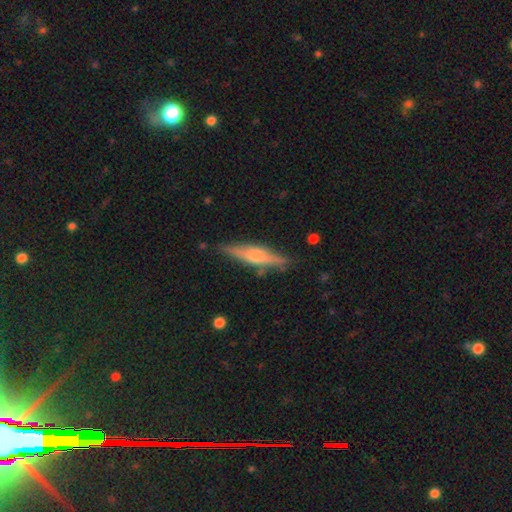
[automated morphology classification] This is likely a featured or disk galaxy (62%). It is clearly viewed edge-on (95%). Edge-on bulge: clearly rounded (82%). Merging: clearly none (84%).